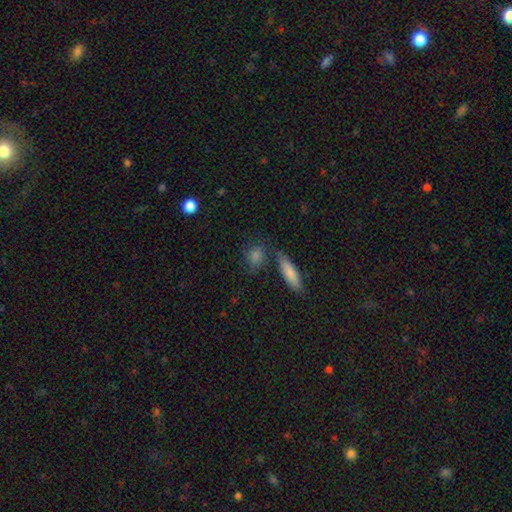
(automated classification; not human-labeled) This appears to be a smooth galaxy with no disk features (74%) that is in between round and cigar-shaped (43%). Merging: none (69%).